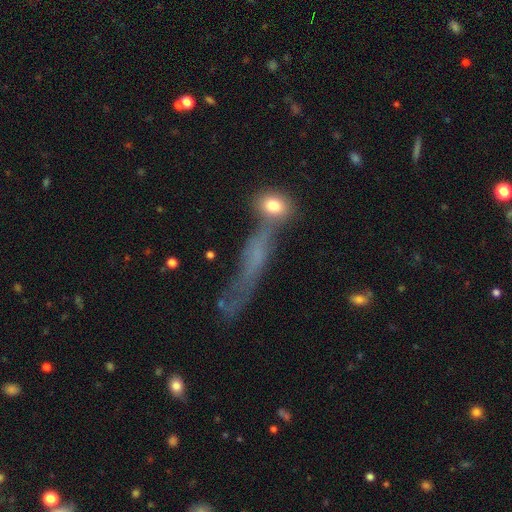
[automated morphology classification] smooth_or_featured: smooth (p=0.47) [alt: featured or disk p=0.38]
merging: none (p=0.41) [alt: minor disturbance p=0.22]